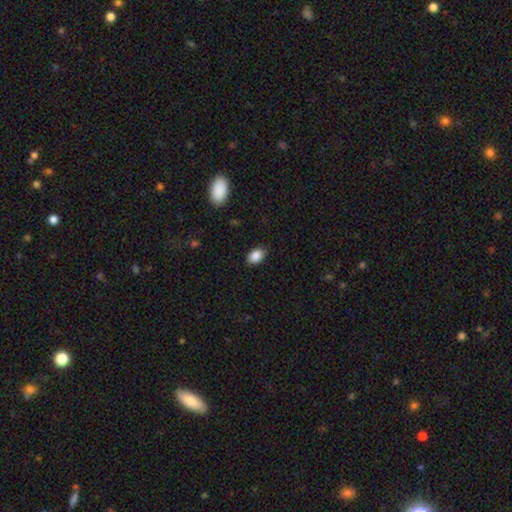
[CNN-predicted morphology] Smooth or featured? smooth (88%)
How rounded? in between (87%)
Merging? none (86%)